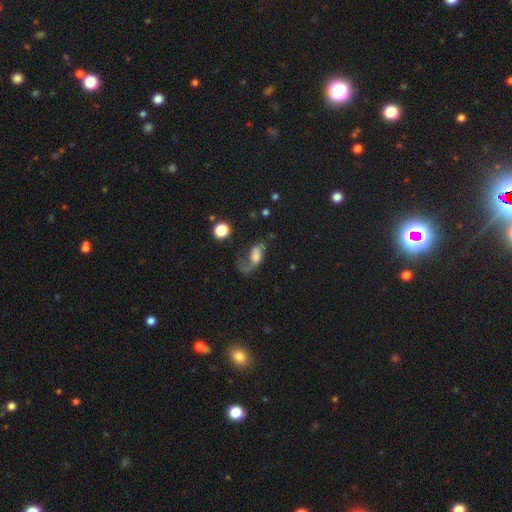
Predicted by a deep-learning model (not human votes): Smooth or featured?
  - featured or disk: 54% *
  - smooth: 34%
  - star or artifact: 12%
Edge-on disk?
  - no: 94% *
  - yes: 6%
Bar?
  - no: 61% *
  - weak: 30%
  - strong: 9%
Spiral arms?
  - yes: 82% *
  - no: 18%
Bulge size?
  - moderate: 27% *
  - large: 26%
  - none: 21%
  - small: 20%
  - dominant: 7%
Merging?
  - major disturbance: 48% *
  - none: 30%
  - minor disturbance: 17%
  - merger: 6%